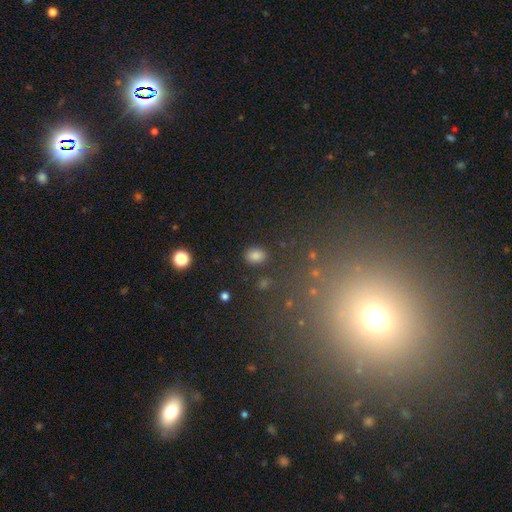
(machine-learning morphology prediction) A smooth galaxy with no disk features (83%) that is in between round and cigar-shaped (66%). Merging: none (85%).